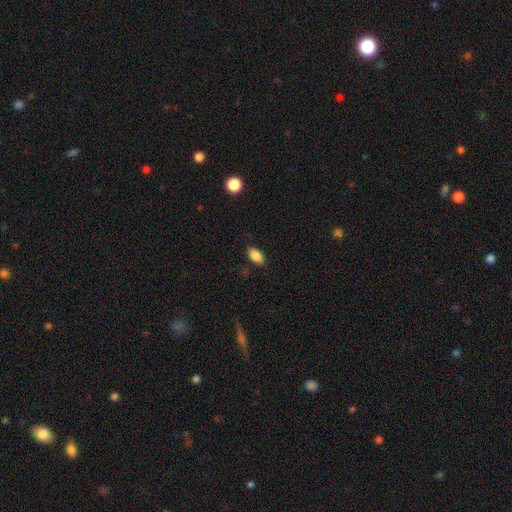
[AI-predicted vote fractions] Smooth or featured: smooth — 87% (star or artifact — 8%)
How rounded: in between — 90% (round — 5%)
Merging: none — 85% (minor disturbance — 11%)